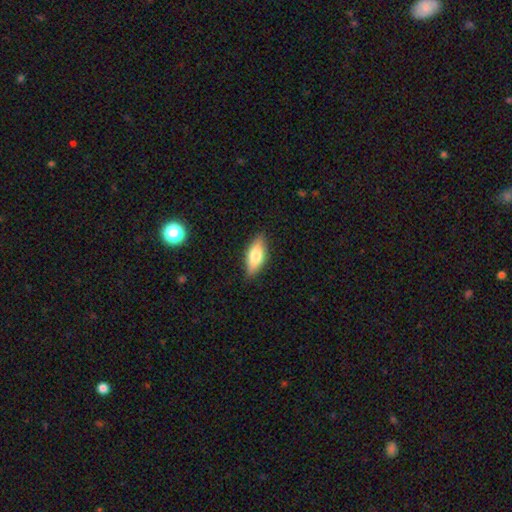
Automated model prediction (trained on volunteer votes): smooth 74%, featured or disk 20%, star or artifact 6%. Down the decision tree: how rounded — in between (79%); merging — none (84%).